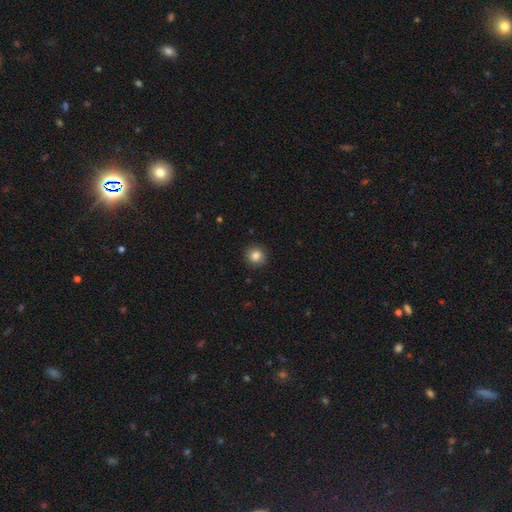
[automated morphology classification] This appears to be a smooth galaxy with no disk features (84%) that is round (92%). Merging: none (91%).